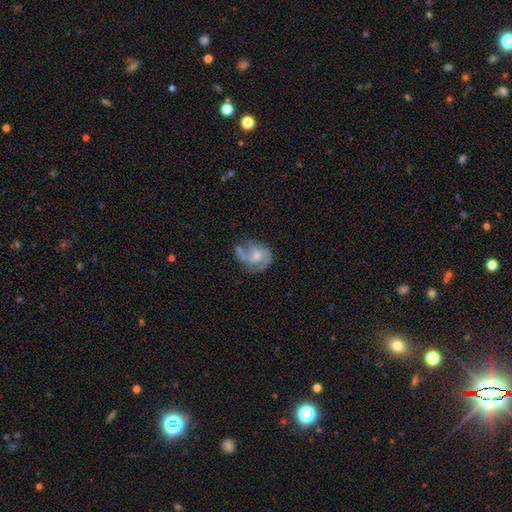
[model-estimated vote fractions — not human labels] The model was most divided on "bulge size": moderate: 51%, small: 36%, none: 7%, large: 5%, dominant: 1%. Remaining: edge-on disk — no (98%); spiral arms — yes (81%); bar — no (69%); smooth or featured — featured or disk (68%); spiral arm count — 2 (50%); spiral winding — medium (46%); merging — none (45%).